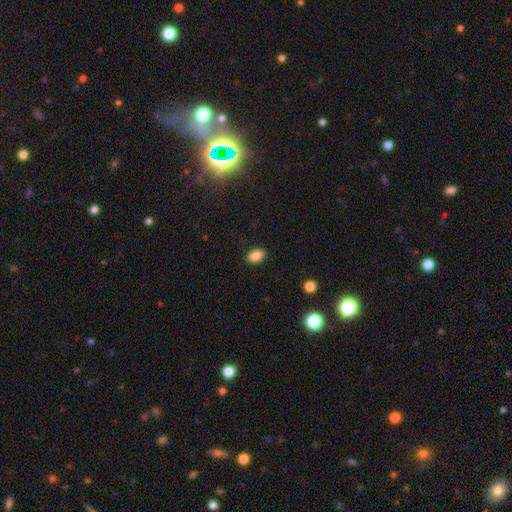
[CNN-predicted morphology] Smooth or featured? smooth (86%)
How rounded? in between (81%)
Merging? none (89%)